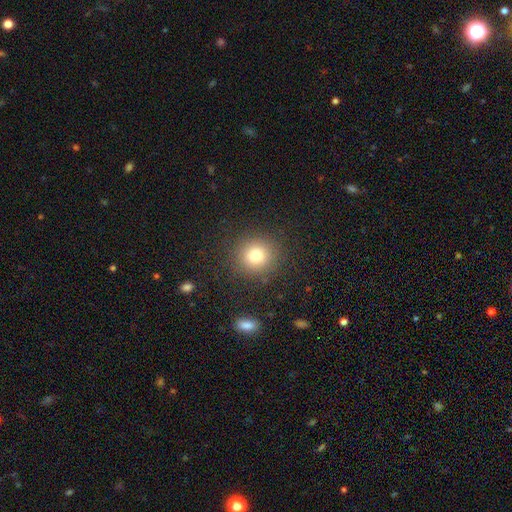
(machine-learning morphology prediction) smooth-or-featured: smooth: 78% | star or artifact: 13% | featured or disk: 8%
  how-rounded: round: 90% | in between: 9% | cigar-shaped: 1%
  merging: none: 88% | minor disturbance: 7% | major disturbance: 3% | merger: 1%